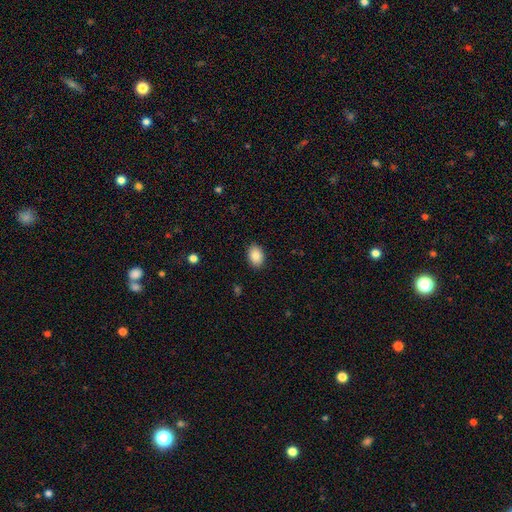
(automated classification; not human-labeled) Smooth or featured? smooth (88%)
How rounded? in between (82%)
Merging? none (89%)